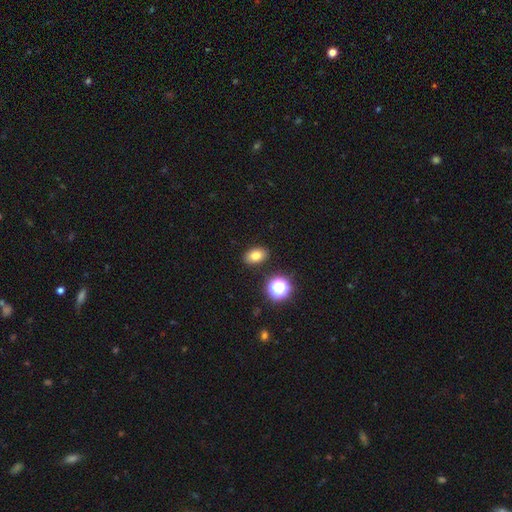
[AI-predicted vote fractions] Smooth or featured? Predicted: smooth (p=0.78). How rounded? Predicted: in between (p=0.82). Merging? Predicted: none (p=0.87).